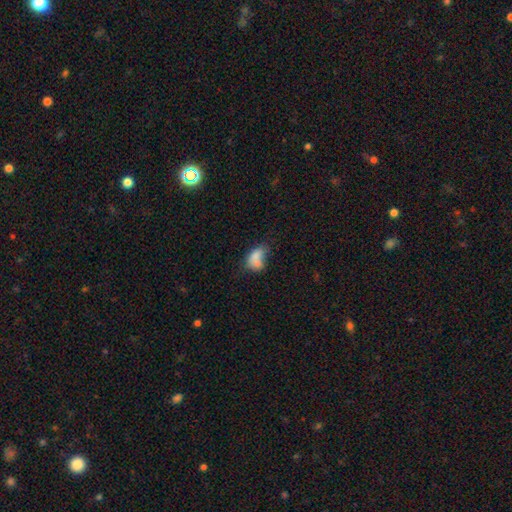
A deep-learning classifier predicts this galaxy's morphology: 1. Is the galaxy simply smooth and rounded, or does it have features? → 72% smooth, 17% featured or disk, 11% star or artifact.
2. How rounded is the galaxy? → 84% in between, 13% round, 3% cigar-shaped.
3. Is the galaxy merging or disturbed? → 27% merger (tied), 27% none (tied), 25% minor disturbance, 21% major disturbance.